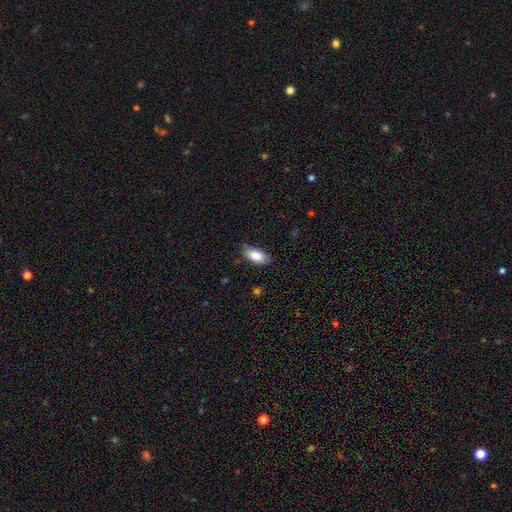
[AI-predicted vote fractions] This is clearly a smooth galaxy (85%). How rounded: clearly in between (91%). Merging: likely none (79%).